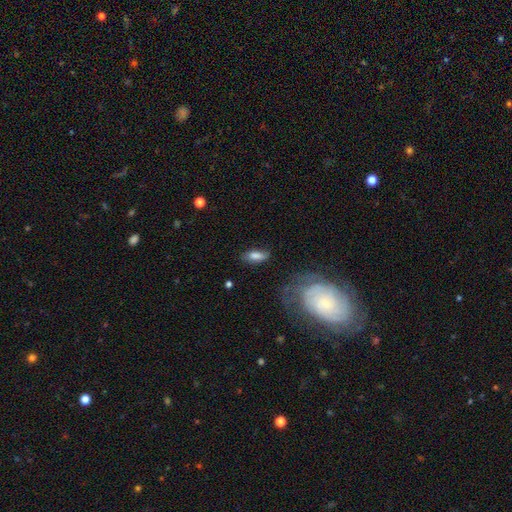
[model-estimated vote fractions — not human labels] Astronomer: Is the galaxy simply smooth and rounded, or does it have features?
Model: smooth — 79%.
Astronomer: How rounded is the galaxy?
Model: in between — 79%.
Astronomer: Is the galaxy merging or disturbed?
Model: none — 74%.